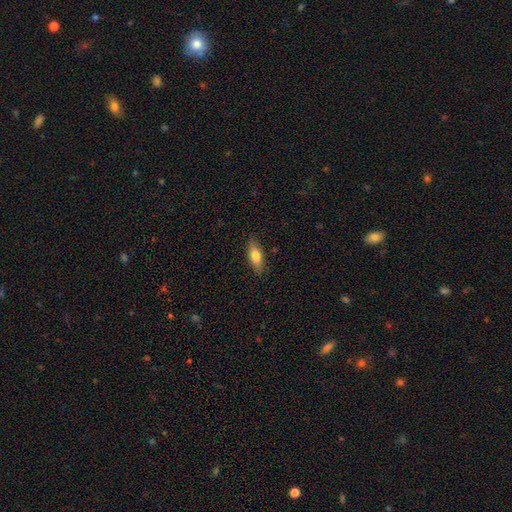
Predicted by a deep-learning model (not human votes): Smooth or featured?
  - smooth: 74% *
  - featured or disk: 19%
  - star or artifact: 6%
How rounded?
  - in between: 63% *
  - cigar-shaped: 35%
  - round: 3%
Merging?
  - none: 85% *
  - minor disturbance: 12%
  - major disturbance: 2%
  - merger: 1%